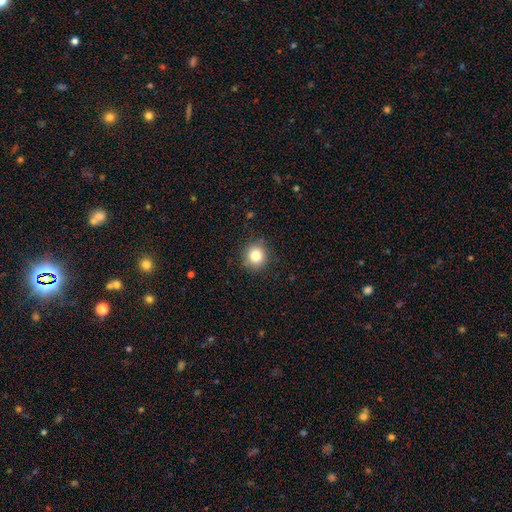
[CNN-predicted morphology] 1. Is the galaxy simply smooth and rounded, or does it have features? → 82% smooth, 11% star or artifact, 7% featured or disk.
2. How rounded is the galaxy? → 91% round, 8% in between, 1% cigar-shaped.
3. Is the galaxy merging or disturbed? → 89% none, 8% minor disturbance, 2% major disturbance, 1% merger.